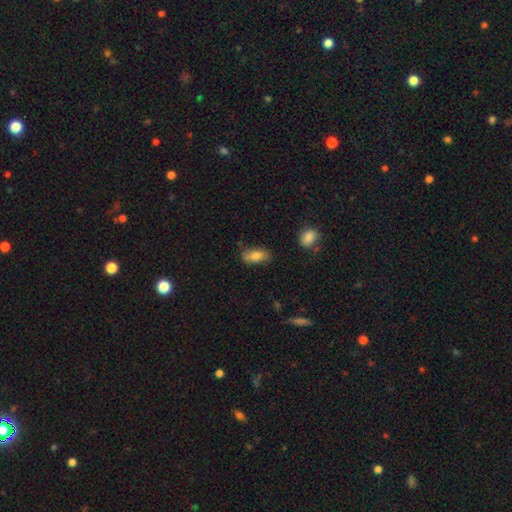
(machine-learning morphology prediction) This appears to be a smooth galaxy with no disk features (76%) that is in between round and cigar-shaped (87%). Merging: none (73%).